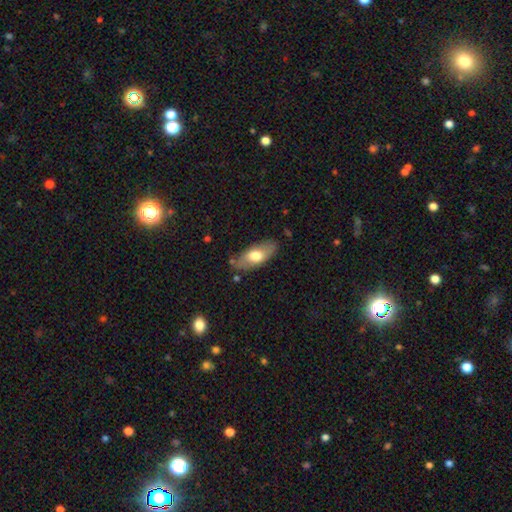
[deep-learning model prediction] Smooth or featured?
  - smooth: 65% *
  - featured or disk: 29%
  - star or artifact: 6%
How rounded?
  - in between: 84% *
  - cigar-shaped: 13%
  - round: 3%
Merging?
  - none: 77% *
  - minor disturbance: 16%
  - major disturbance: 4%
  - merger: 3%